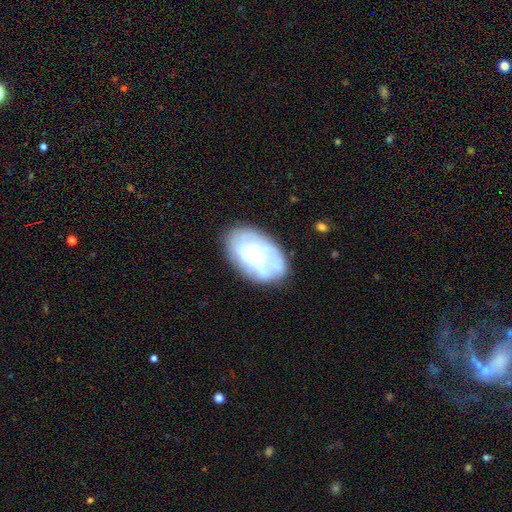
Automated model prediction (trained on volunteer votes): A featured or disk galaxy (63%) with no bar (81%), spiral arms (53%) and a small central bulge (70%). Merging: none (70%).